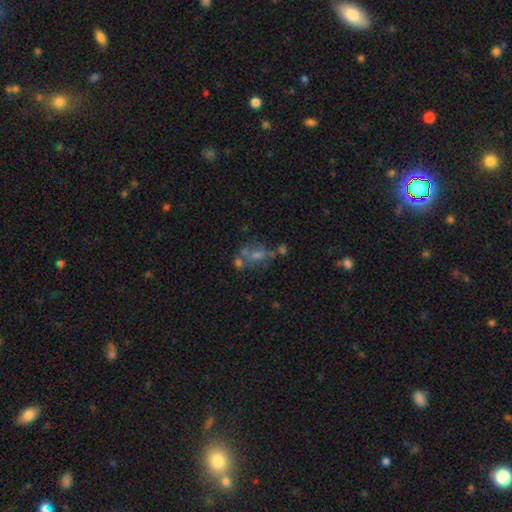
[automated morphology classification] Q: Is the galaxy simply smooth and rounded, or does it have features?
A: smooth — 39%.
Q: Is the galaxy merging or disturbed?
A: none — 40%.